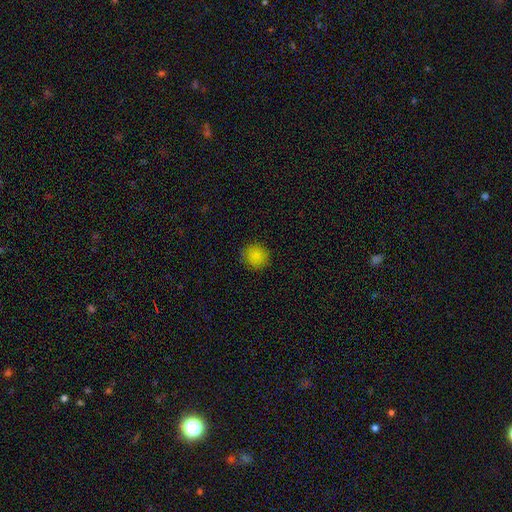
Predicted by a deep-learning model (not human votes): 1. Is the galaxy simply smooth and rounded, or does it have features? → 84% smooth, 12% star or artifact, 4% featured or disk.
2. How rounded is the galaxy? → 93% round, 7% in between, 1% cigar-shaped.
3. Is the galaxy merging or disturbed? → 89% none, 8% minor disturbance, 2% major disturbance, 1% merger.